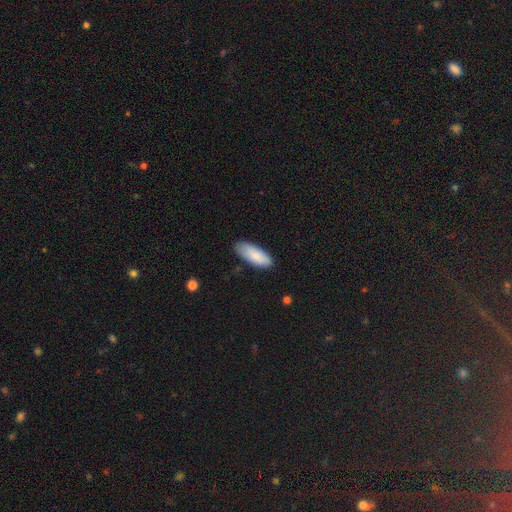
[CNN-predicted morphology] smooth 84%, featured or disk 11%, star or artifact 5%. Down the decision tree: how rounded — in between (78%); merging — none (81%).